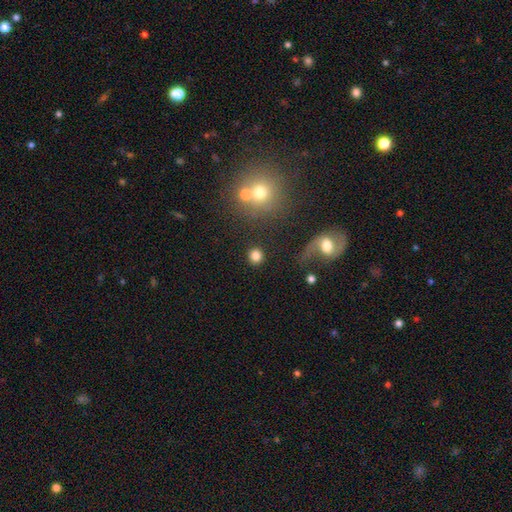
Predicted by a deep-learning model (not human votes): The model was most divided on "smooth or featured": smooth: 82%, star or artifact: 11%, featured or disk: 7%. More confident: how rounded — round (90%); merging — none (86%).